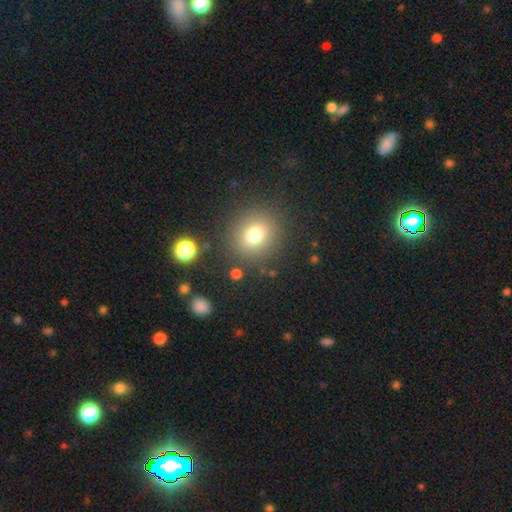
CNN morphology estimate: smooth_or_featured: smooth (p=0.62) [alt: star or artifact p=0.29]
how_rounded: round (p=0.87) [alt: in between p=0.12]
merging: none (p=0.88) [alt: minor disturbance p=0.07]